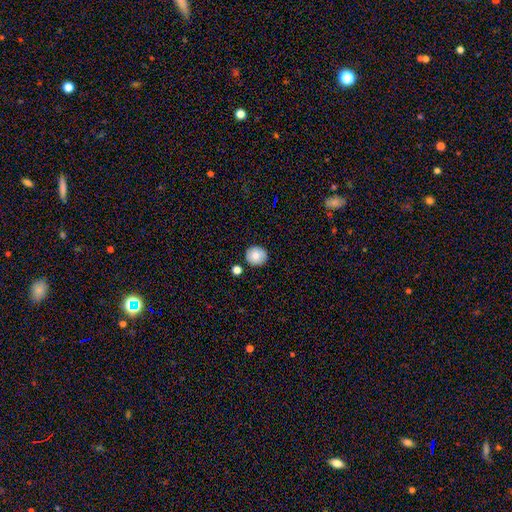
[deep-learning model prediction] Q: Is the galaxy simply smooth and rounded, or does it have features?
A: smooth — 78%.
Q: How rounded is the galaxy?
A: round — 91%.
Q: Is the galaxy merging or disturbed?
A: none — 85%.